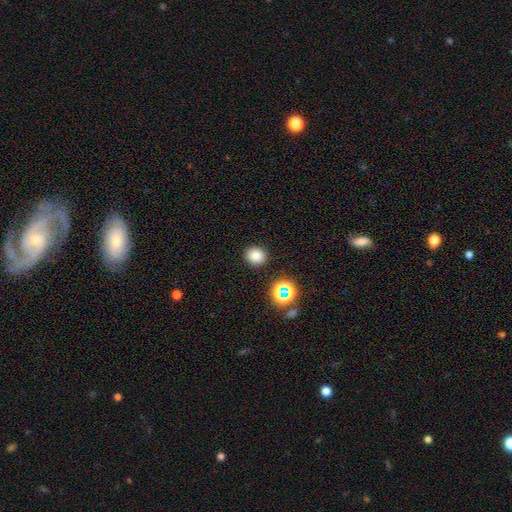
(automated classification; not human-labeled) This appears to be a smooth galaxy with no disk features (78%) that is round (74%). Merging: none (89%).